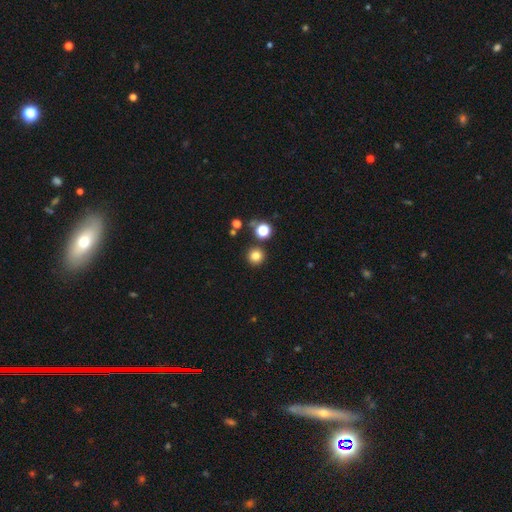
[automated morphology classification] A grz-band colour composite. It shows a smooth galaxy with no disk features (80%) that is round (95%). Merging: none (87%).